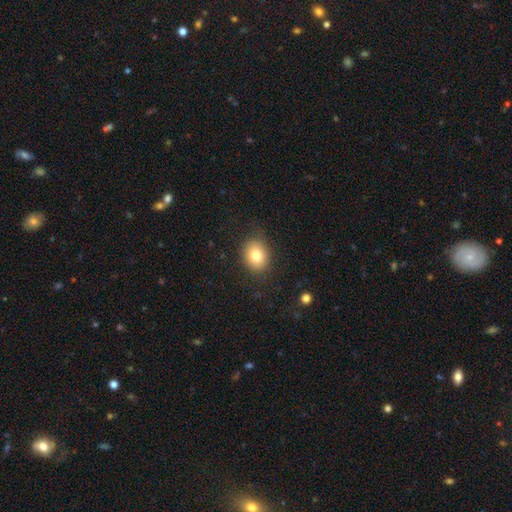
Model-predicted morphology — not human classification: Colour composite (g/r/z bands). It shows a smooth galaxy with no disk features (80%) that is in between round and cigar-shaped (52%). Merging: none (86%).